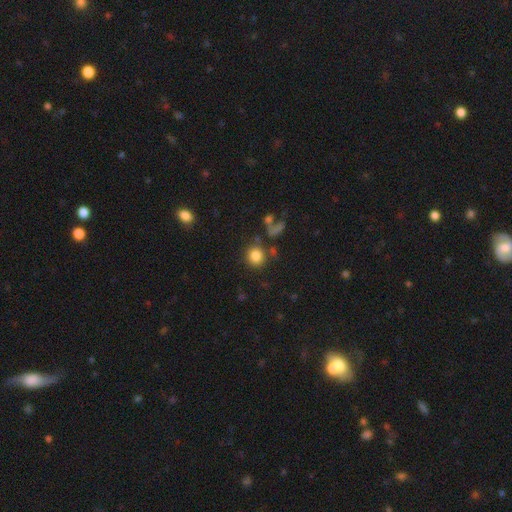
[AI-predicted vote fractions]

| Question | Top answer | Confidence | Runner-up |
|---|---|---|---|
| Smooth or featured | smooth | 82% | star or artifact (11%) |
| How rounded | round | 88% | in between (11%) |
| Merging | none | 75% | minor disturbance (10%) |